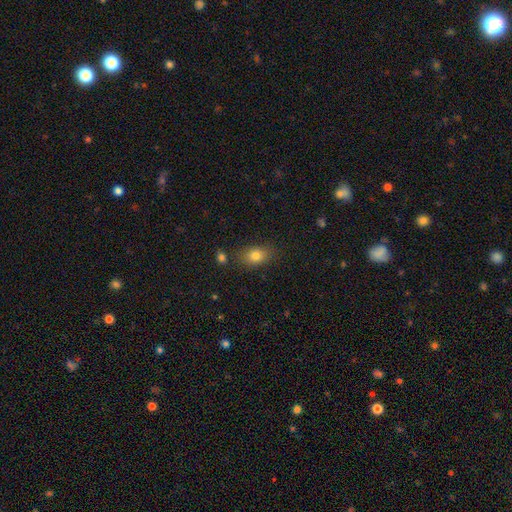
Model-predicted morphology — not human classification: type=smooth (80%); roundness=in between (77%); merging=none (80%).